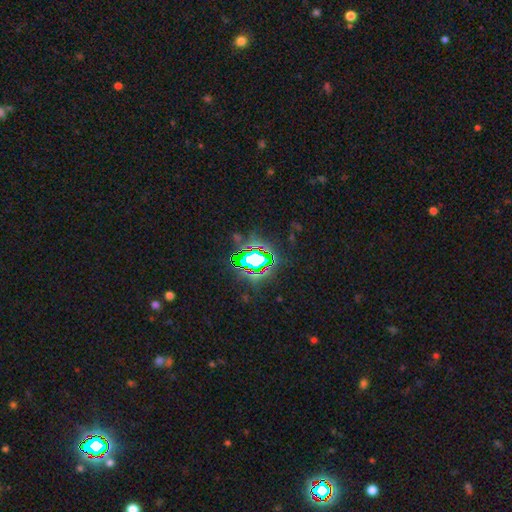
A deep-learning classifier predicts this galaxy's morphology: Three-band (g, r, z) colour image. It shows a star or artifact, not a galaxy (79%).